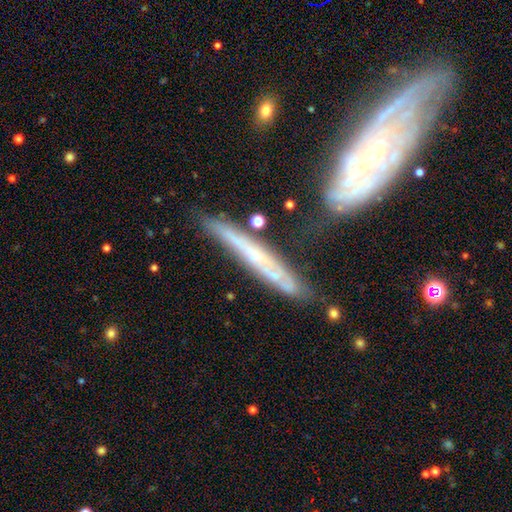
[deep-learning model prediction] Q: Smooth or featured?
A: featured or disk (65%); runner-up: smooth (28%)
Q: Edge-on disk?
A: yes (76%); runner-up: no (24%)
Q: Merging?
A: none (65%); runner-up: minor disturbance (20%)